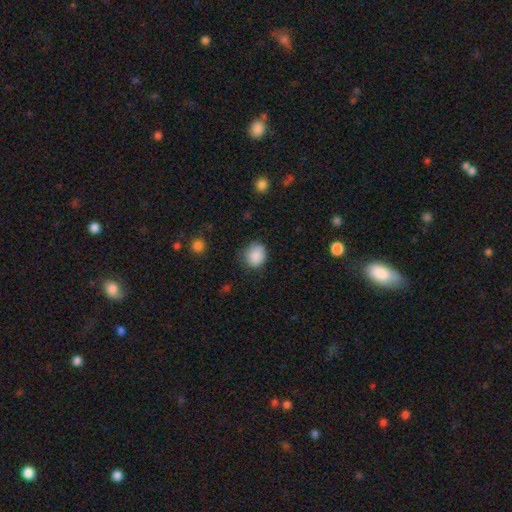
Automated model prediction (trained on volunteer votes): Smooth or featured?
  - smooth: 88% *
  - star or artifact: 8%
  - featured or disk: 4%
How rounded?
  - round: 72% *
  - in between: 27%
  - cigar-shaped: 1%
Merging?
  - none: 71% *
  - minor disturbance: 22%
  - major disturbance: 5%
  - merger: 1%